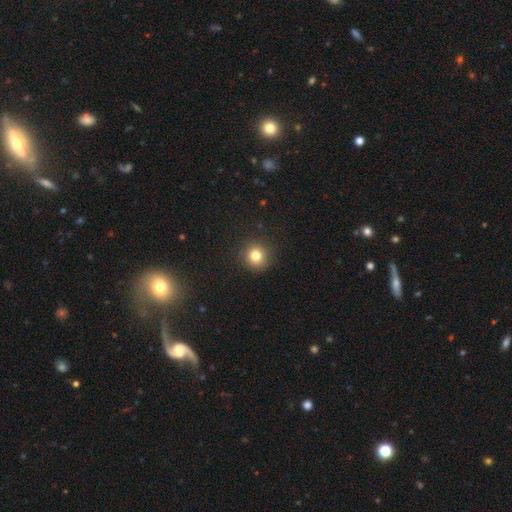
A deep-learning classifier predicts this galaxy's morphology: This appears to be a smooth galaxy with no disk features (81%) that is round (93%). Merging: none (91%).